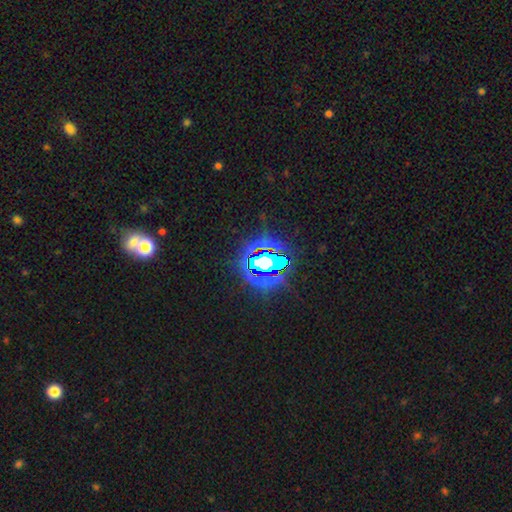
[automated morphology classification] star or artifact 73%, smooth 14%, featured or disk 12%.